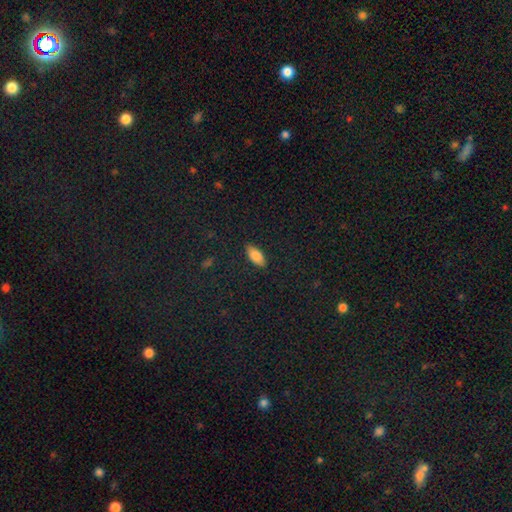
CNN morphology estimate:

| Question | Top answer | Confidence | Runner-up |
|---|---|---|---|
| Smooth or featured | smooth | 84% | featured or disk (9%) |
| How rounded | in between | 88% | cigar-shaped (10%) |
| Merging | none | 88% | minor disturbance (9%) |